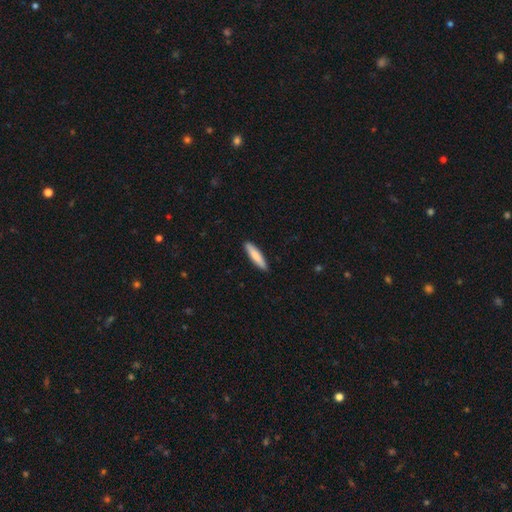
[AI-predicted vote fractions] smooth_or_featured: smooth (p=0.80) [alt: featured or disk p=0.15]
how_rounded: cigar-shaped (p=0.82) [alt: in between p=0.16]
merging: none (p=0.91) [alt: minor disturbance p=0.07]